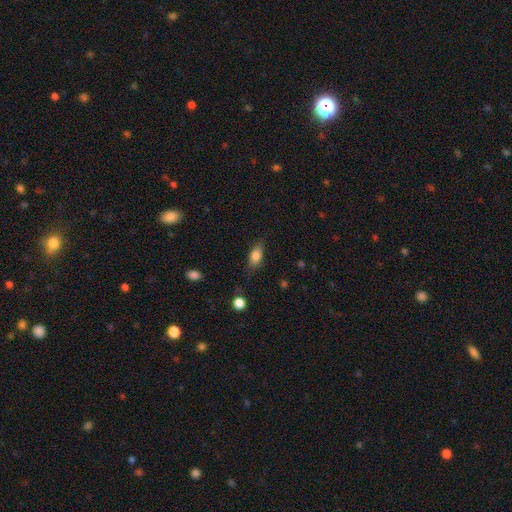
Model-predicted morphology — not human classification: Smooth or featured? smooth (78%)
How rounded? in between (81%)
Merging? none (73%)